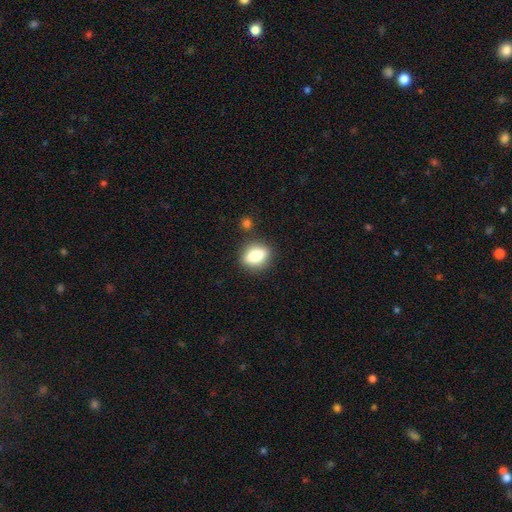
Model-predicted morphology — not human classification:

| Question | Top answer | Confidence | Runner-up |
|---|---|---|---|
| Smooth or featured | smooth | 78% | featured or disk (13%) |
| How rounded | in between | 66% | round (28%) |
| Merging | none | 82% | minor disturbance (11%) |